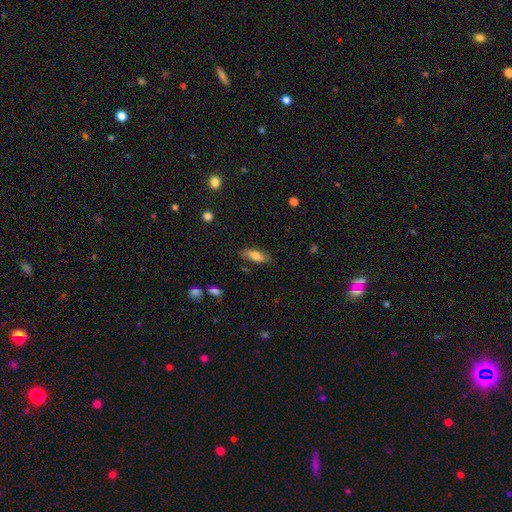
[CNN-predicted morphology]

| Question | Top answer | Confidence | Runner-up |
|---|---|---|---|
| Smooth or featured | smooth | 71% | featured or disk (21%) |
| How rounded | in between | 70% | cigar-shaped (28%) |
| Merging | none | 77% | minor disturbance (17%) |